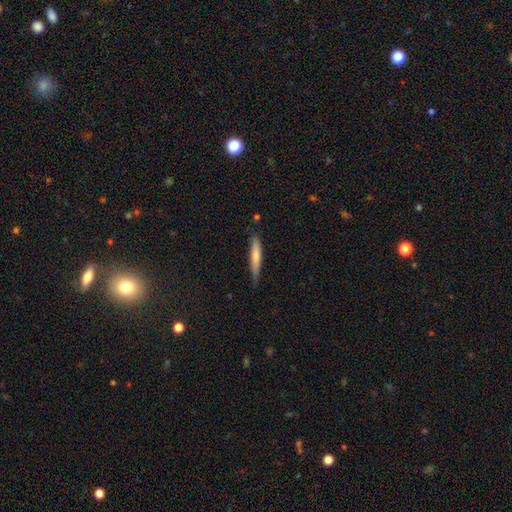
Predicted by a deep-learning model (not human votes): The model was most divided on "smooth or featured": smooth: 68%, featured or disk: 26%, star or artifact: 6%. More confident: how rounded — cigar-shaped (90%); merging — none (68%).